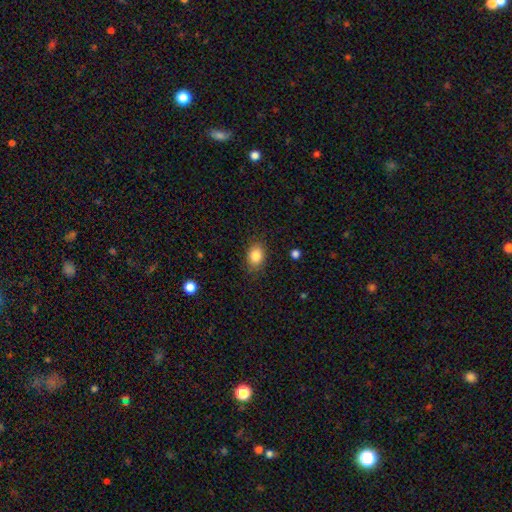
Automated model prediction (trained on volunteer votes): This is clearly a smooth galaxy (85%). How rounded: likely in between (72%). Merging: clearly none (82%).